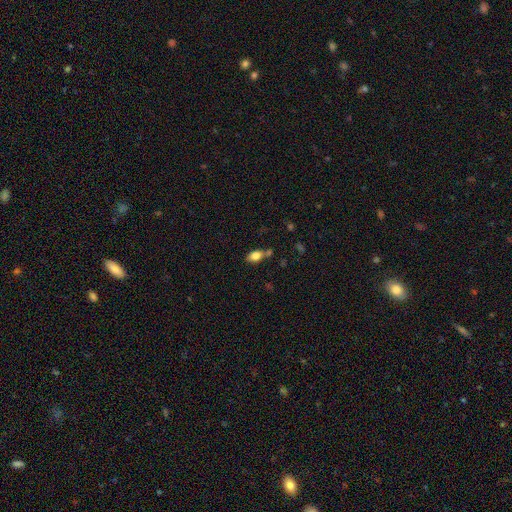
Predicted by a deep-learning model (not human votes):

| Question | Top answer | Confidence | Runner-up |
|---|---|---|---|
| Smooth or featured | smooth | 78% | featured or disk (13%) |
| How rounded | in between | 86% | round (9%) |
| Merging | none | 62% | minor disturbance (17%) |